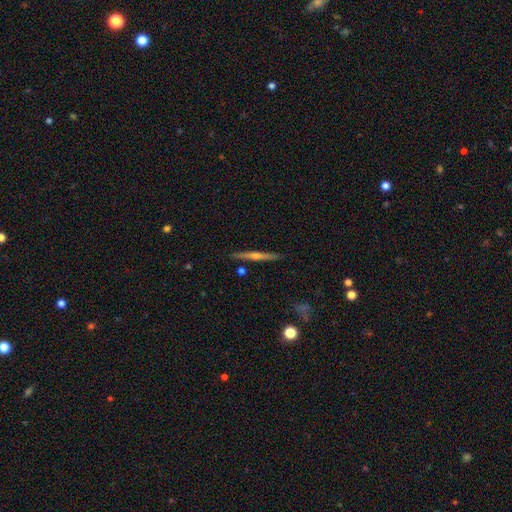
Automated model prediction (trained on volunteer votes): Smooth or featured: featured or disk — 76% (smooth — 17%)
Edge-on disk: yes — 98% (no — 2%)
Edge-on bulge: rounded — 84% (none — 12%)
Merging: none — 91% (minor disturbance — 6%)